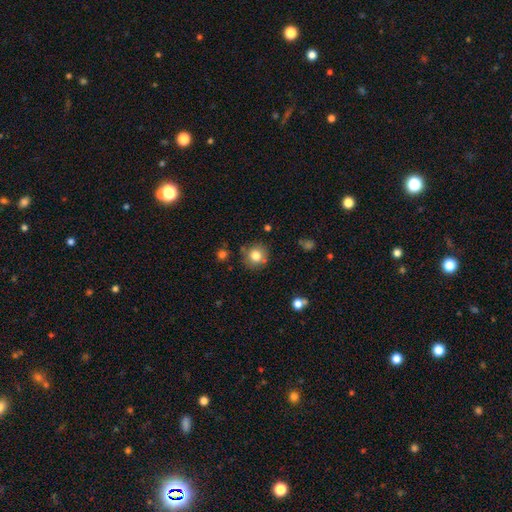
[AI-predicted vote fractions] Q: Smooth or featured?
A: smooth (80%); runner-up: star or artifact (11%)
Q: How rounded?
A: round (90%); runner-up: in between (9%)
Q: Merging?
A: none (82%); runner-up: minor disturbance (11%)